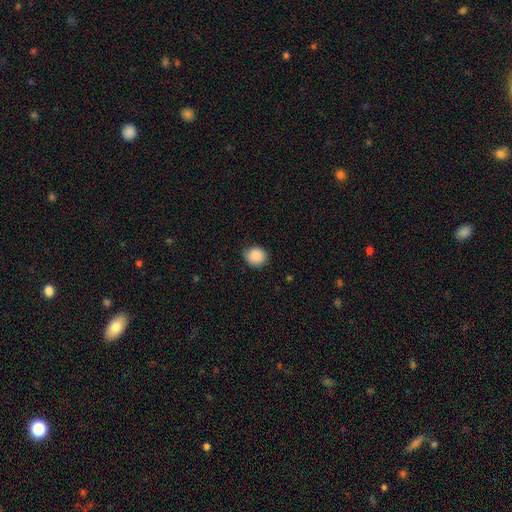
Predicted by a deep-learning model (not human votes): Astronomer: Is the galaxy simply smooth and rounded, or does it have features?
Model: smooth — 87%.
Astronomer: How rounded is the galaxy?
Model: round — 79%.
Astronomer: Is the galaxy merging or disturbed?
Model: none — 80%.